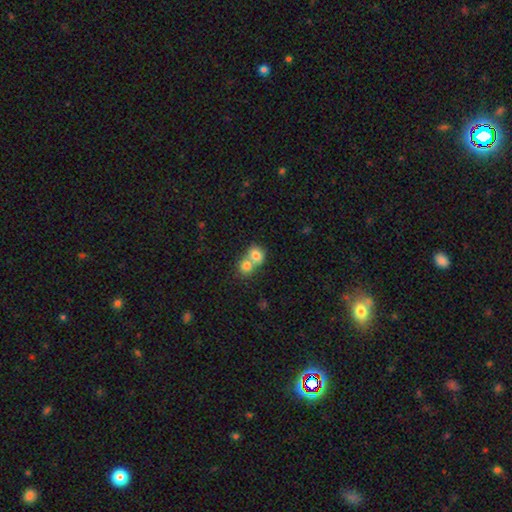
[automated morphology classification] The model was most divided on "merging": merger: 66%, none: 27%, minor disturbance: 5%, major disturbance: 2%. More confident: smooth or featured — smooth (78%); how rounded — round (71%).